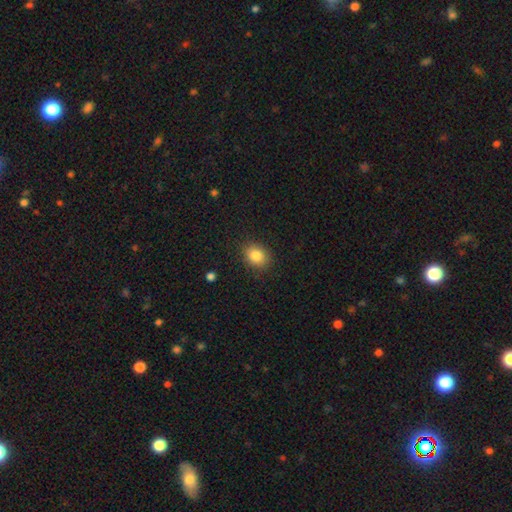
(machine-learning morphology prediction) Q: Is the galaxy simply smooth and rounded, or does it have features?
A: smooth — 86%.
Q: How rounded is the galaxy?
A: in between — 51%.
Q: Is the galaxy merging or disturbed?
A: none — 87%.